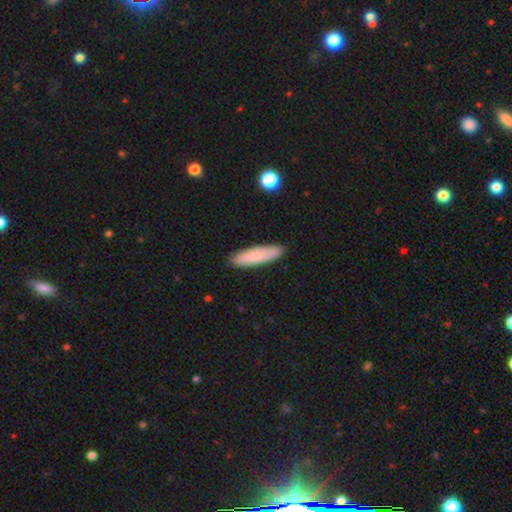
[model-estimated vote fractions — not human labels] smooth_or_featured: smooth (p=0.80) [alt: featured or disk p=0.14]
how_rounded: cigar-shaped (p=0.72) [alt: in between p=0.26]
merging: none (p=0.87) [alt: minor disturbance p=0.10]